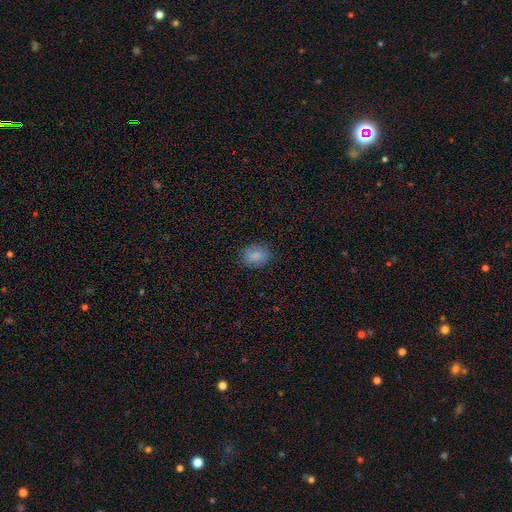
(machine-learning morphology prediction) The model was most divided on "how rounded": in between: 54%, round: 45%, cigar-shaped: 1%. More confident: smooth or featured — smooth (85%); merging — none (84%).